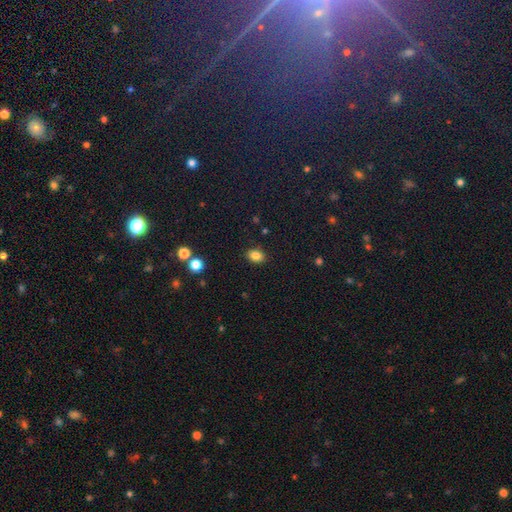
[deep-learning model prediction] Smooth or featured? smooth (84%)
How rounded? in between (74%)
Merging? none (87%)